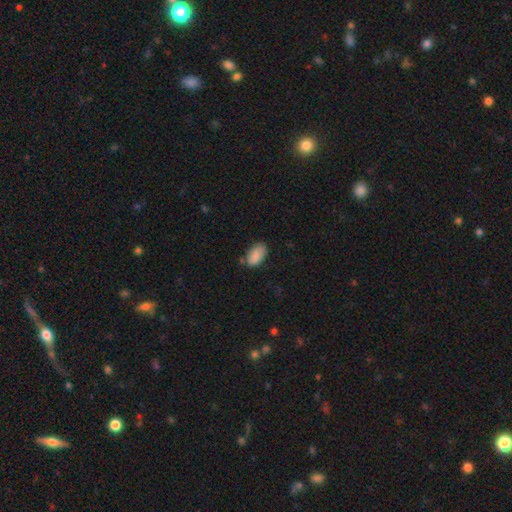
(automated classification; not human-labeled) This appears to be a smooth galaxy with no disk features (88%) that is in between round and cigar-shaped (94%). Merging: none (71%).